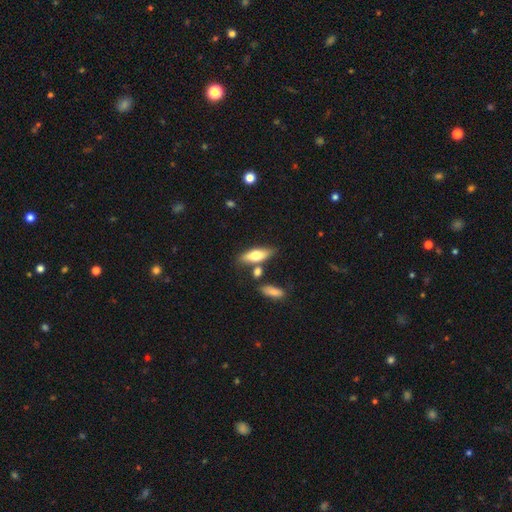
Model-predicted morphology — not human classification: Smooth or featured? smooth (63%)
How rounded? in between (63%)
Merging? none (70%)